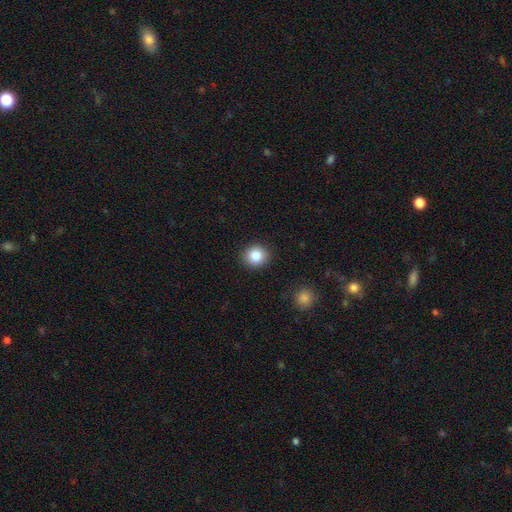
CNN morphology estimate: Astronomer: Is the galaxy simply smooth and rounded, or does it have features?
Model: smooth — 84%.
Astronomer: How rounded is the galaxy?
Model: round — 84%.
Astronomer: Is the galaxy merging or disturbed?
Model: none — 91%.